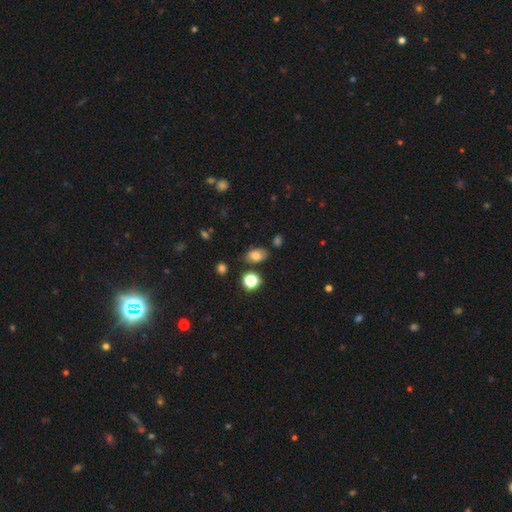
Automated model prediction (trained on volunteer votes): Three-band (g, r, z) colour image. It shows a smooth galaxy with no disk features (76%) that is in between round and cigar-shaped (83%). Merging: none (76%).